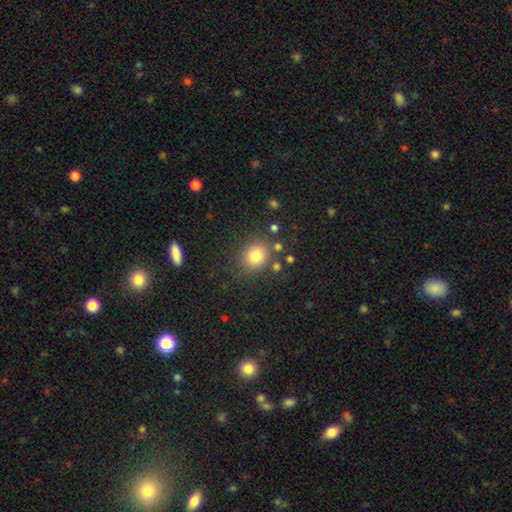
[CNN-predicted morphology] smooth 79%, star or artifact 13%, featured or disk 8%. Down the decision tree: how rounded — round (70%); merging — none (79%).